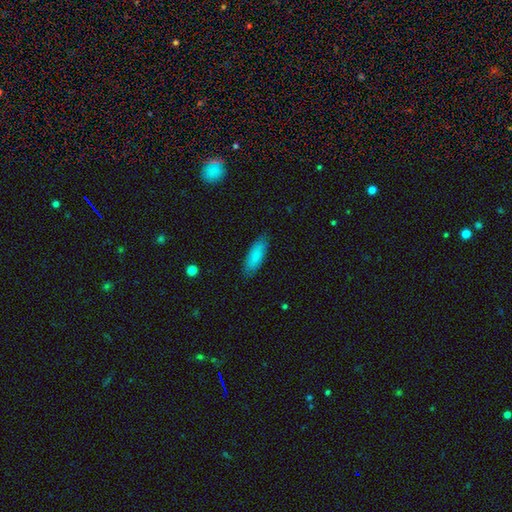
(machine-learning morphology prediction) A smooth galaxy with no disk features (85%) that is in between round and cigar-shaped (60%). Merging: none (85%).